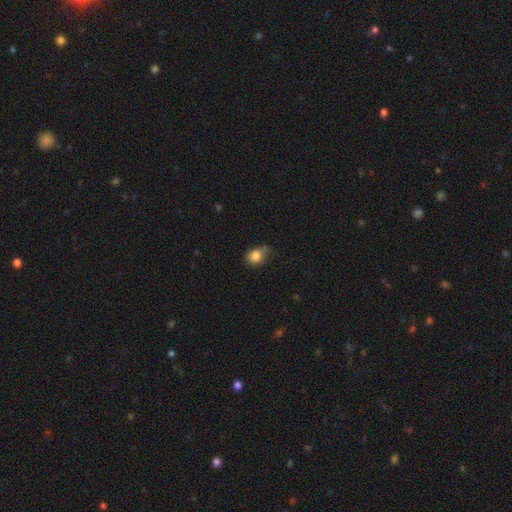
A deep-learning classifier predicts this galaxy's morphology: Smooth or featured? Predicted: smooth (p=0.83). How rounded? Predicted: round (p=0.55). Merging? Predicted: none (p=0.50).